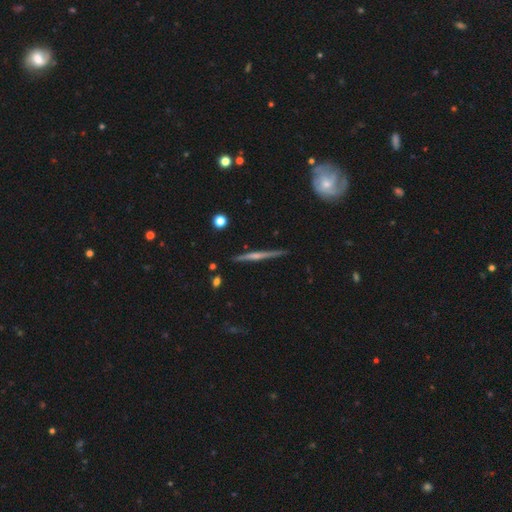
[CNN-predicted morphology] A featured or disk galaxy (74%) viewed edge-on (98%) with a rounded central bulge (55%).

Vote fractions:
- Smooth or featured? featured or disk: 74% / smooth: 20% / star or artifact: 6%
- Edge-on disk? yes: 98% / no: 2%
- Edge-on bulge? rounded: 55% / none: 34% / boxy: 10%
- Merging? none: 89% / minor disturbance: 8% / merger: 1% / major disturbance: 1%